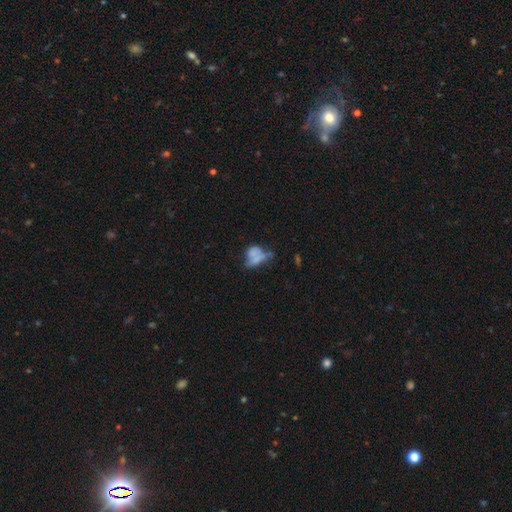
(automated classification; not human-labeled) A smooth galaxy with no disk features (54%) that is in between round and cigar-shaped (73%). Merging: merger (32%).